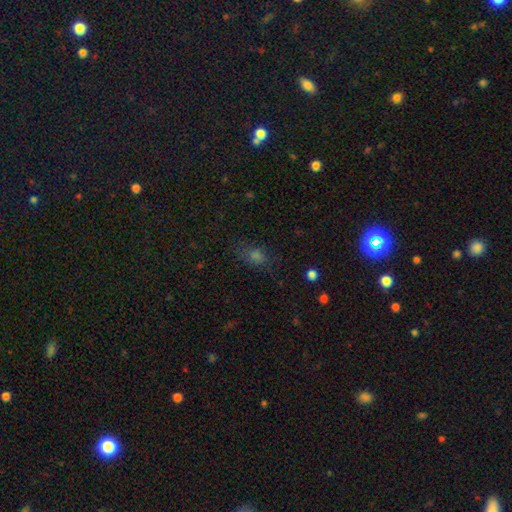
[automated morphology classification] Smooth or featured? smooth (63%)
How rounded? in between (68%)
Merging? none (67%)